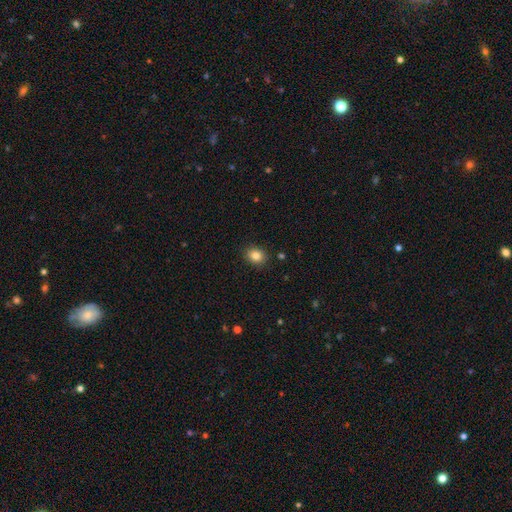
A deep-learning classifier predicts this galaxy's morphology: Q: Smooth or featured?
A: smooth (85%); runner-up: star or artifact (10%)
Q: How rounded?
A: round (54%); runner-up: in between (45%)
Q: Merging?
A: none (89%); runner-up: minor disturbance (8%)